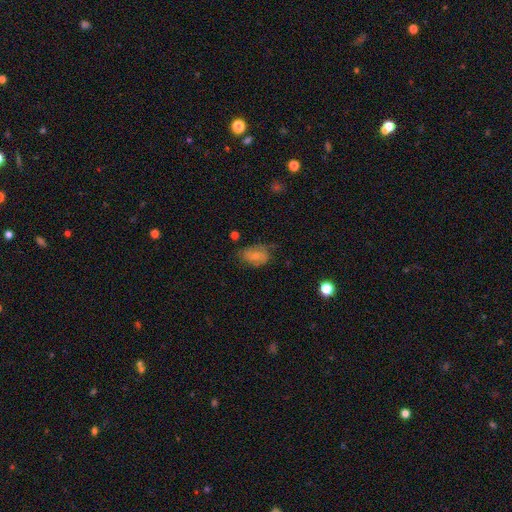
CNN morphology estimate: Smooth or featured? smooth (65%)
How rounded? in between (84%)
Merging? none (52%)